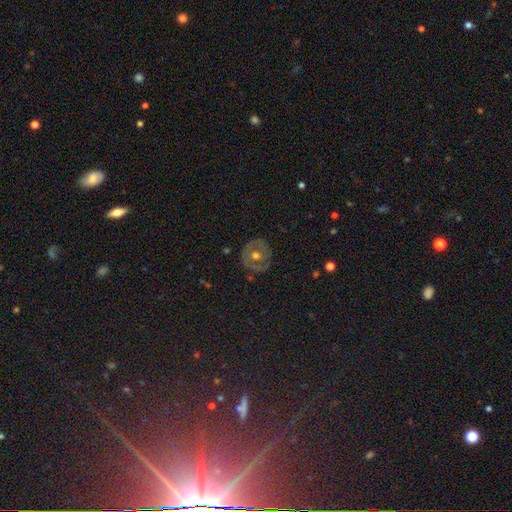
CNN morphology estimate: Overall: featured or disk (57%; smooth 34%). Edge-on disk: no (96%). Bar: no (77%). Spiral arms: no (65%; yes 35%). Bulge size: moderate (78%). Merging: none (81%).